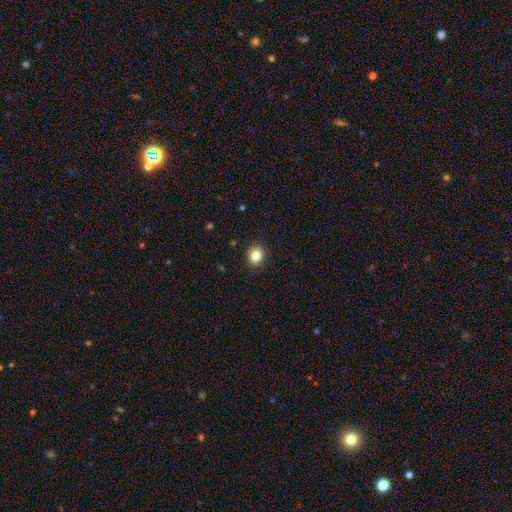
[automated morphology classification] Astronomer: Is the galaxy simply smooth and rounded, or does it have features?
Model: smooth — 83%.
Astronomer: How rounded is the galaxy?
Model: round — 66%.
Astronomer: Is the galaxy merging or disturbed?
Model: none — 89%.